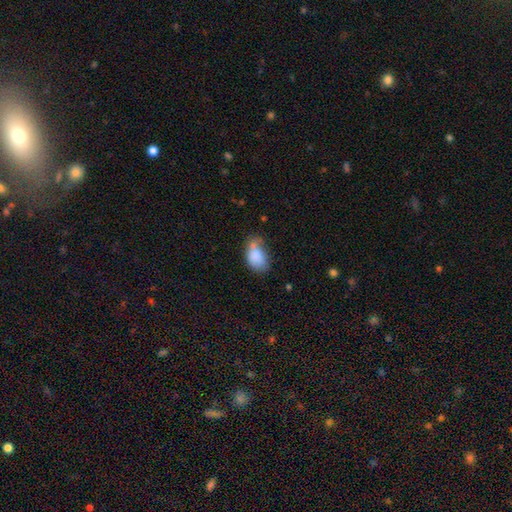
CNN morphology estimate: smooth_or_featured: smooth (p=0.82) [alt: featured or disk p=0.10]
how_rounded: in between (p=0.89) [alt: round p=0.09]
merging: none (p=0.41) [alt: minor disturbance p=0.30]